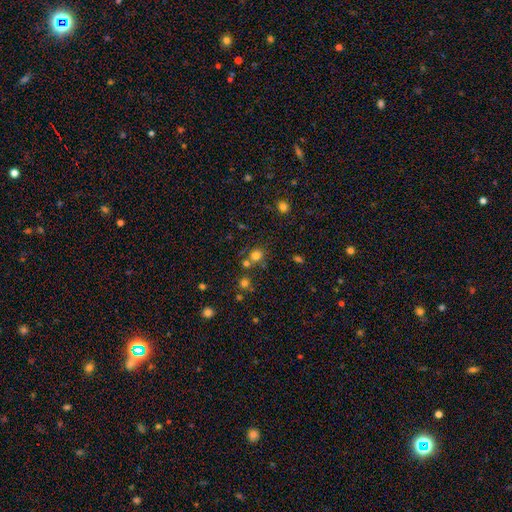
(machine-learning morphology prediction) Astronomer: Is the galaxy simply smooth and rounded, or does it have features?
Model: smooth — 74%.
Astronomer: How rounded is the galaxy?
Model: round — 77%.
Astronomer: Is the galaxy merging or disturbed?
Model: none — 62%.